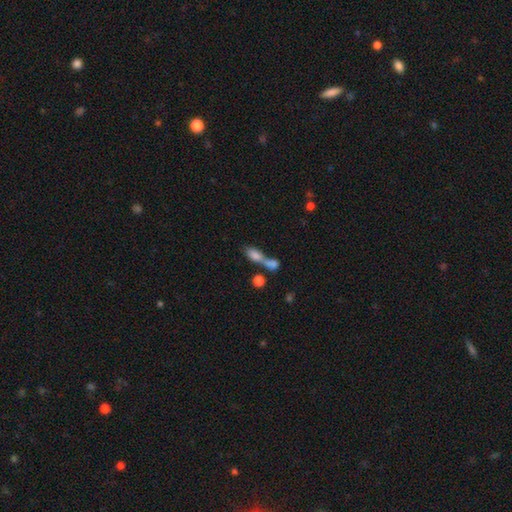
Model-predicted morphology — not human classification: Smooth or featured?
  - smooth: 73% *
  - featured or disk: 16%
  - star or artifact: 11%
How rounded?
  - in between: 69% *
  - cigar-shaped: 21%
  - round: 10%
Merging?
  - merger: 59% *
  - none: 26%
  - minor disturbance: 8%
  - major disturbance: 7%